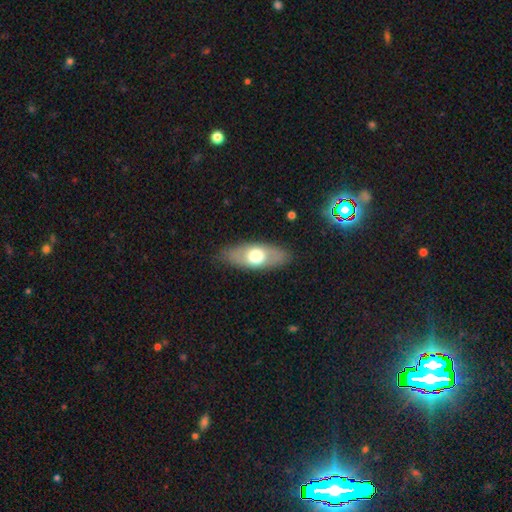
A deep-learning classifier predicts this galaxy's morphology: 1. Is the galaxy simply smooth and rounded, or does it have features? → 58% smooth, 36% featured or disk, 6% star or artifact.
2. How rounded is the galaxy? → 79% in between, 16% cigar-shaped, 5% round.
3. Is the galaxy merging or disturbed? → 83% none, 13% minor disturbance, 4% major disturbance, 1% merger.